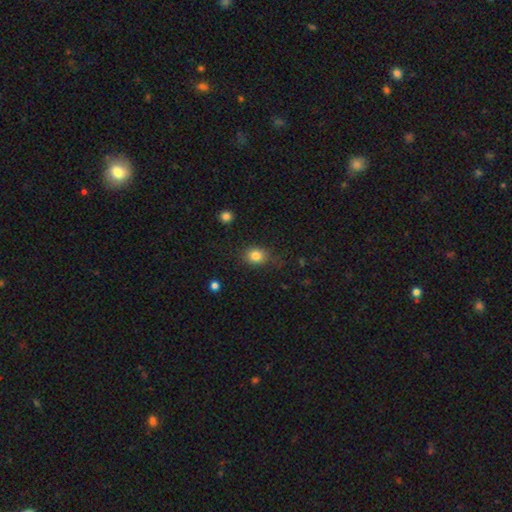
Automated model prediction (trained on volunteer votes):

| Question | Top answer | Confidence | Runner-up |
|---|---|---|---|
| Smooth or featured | smooth | 82% | star or artifact (11%) |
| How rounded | round | 59% | in between (40%) |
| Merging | none | 79% | minor disturbance (15%) |